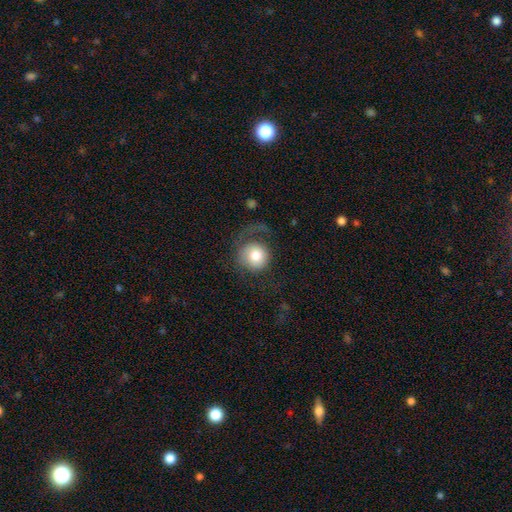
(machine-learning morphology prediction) smooth_or_featured: smooth (p=0.70) [alt: featured or disk p=0.22]
how_rounded: round (p=0.91) [alt: in between p=0.08]
merging: none (p=0.49) [alt: major disturbance p=0.33]